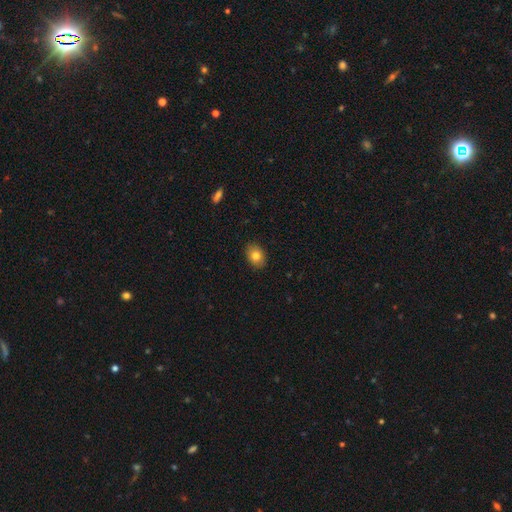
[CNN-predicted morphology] Q: Smooth or featured?
A: smooth (81%); runner-up: featured or disk (10%)
Q: How rounded?
A: in between (74%); runner-up: round (25%)
Q: Merging?
A: none (89%); runner-up: minor disturbance (8%)